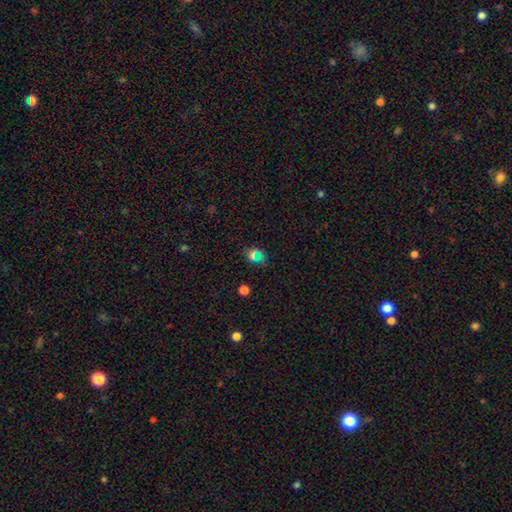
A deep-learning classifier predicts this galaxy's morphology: Smooth or featured?
  - smooth: 52% *
  - star or artifact: 38%
  - featured or disk: 10%
How rounded?
  - round: 65% *
  - in between: 33%
  - cigar-shaped: 2%
Merging?
  - none: 76% *
  - minor disturbance: 14%
  - major disturbance: 6%
  - merger: 3%